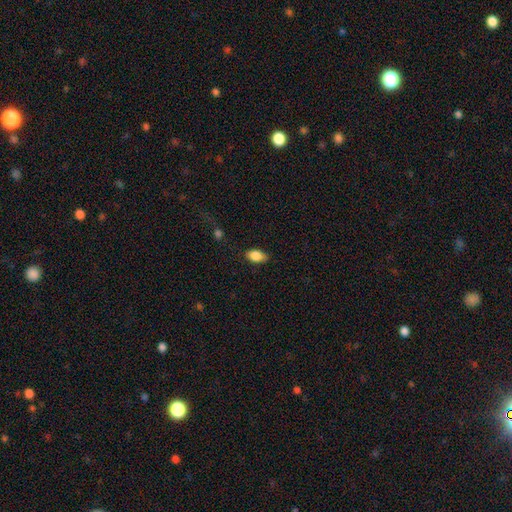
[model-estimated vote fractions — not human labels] smooth-or-featured: smooth: 85% | star or artifact: 7% | featured or disk: 7%
  how-rounded: in between: 90% | round: 7% | cigar-shaped: 3%
  merging: none: 79% | minor disturbance: 15% | major disturbance: 4% | merger: 2%